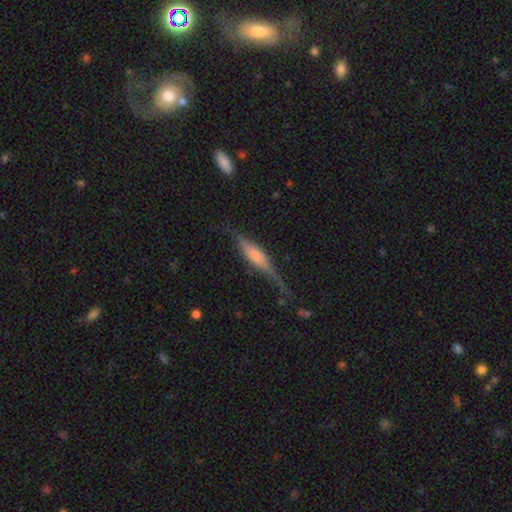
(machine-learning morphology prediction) The model was most divided on "edge-on bulge": rounded: 48%, boxy: 38%, none: 14%. More confident: edge-on disk — yes (94%); merging — none (61%); smooth or featured — featured or disk (56%).